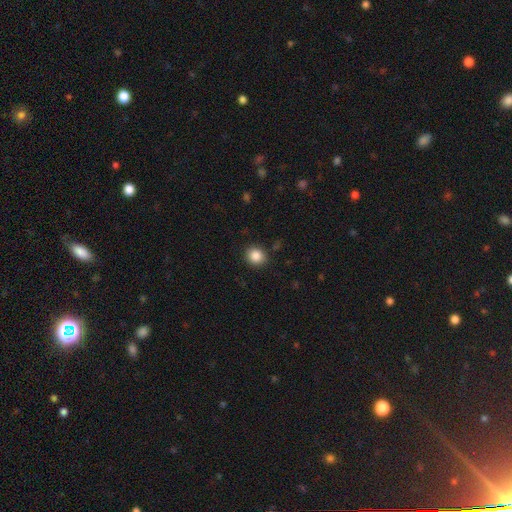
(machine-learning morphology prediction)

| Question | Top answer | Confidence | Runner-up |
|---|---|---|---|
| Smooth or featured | smooth | 87% | star or artifact (9%) |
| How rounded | round | 81% | in between (19%) |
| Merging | none | 89% | minor disturbance (7%) |